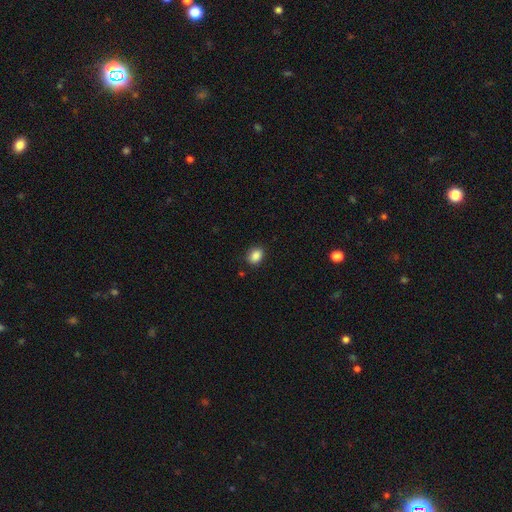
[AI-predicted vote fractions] This appears to be a smooth galaxy with no disk features (88%) that is in between round and cigar-shaped (64%). Merging: none (87%).